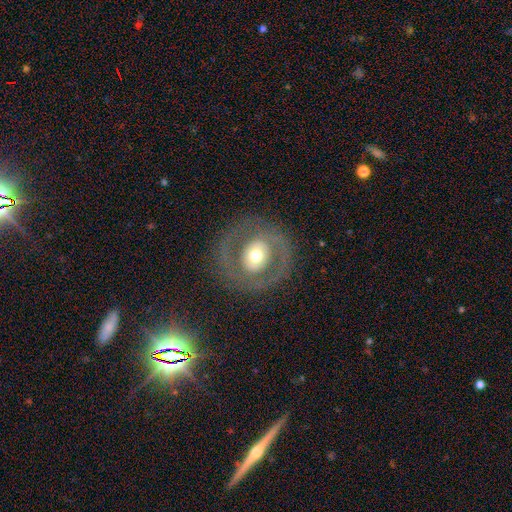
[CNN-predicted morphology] featured or disk 57%, smooth 35%, star or artifact 8%. Down the decision tree: edge-on disk — no (95%); bar — no (69%); spiral arms — no (70%); bulge size — moderate (61%); merging — none (80%).